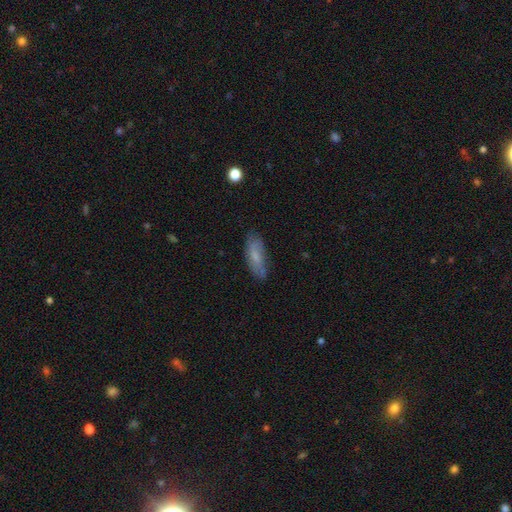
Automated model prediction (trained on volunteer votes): Smooth or featured?
  - smooth: 66% *
  - featured or disk: 27%
  - star or artifact: 7%
How rounded?
  - in between: 68% *
  - cigar-shaped: 30%
  - round: 2%
Merging?
  - none: 73% *
  - minor disturbance: 21%
  - major disturbance: 5%
  - merger: 2%